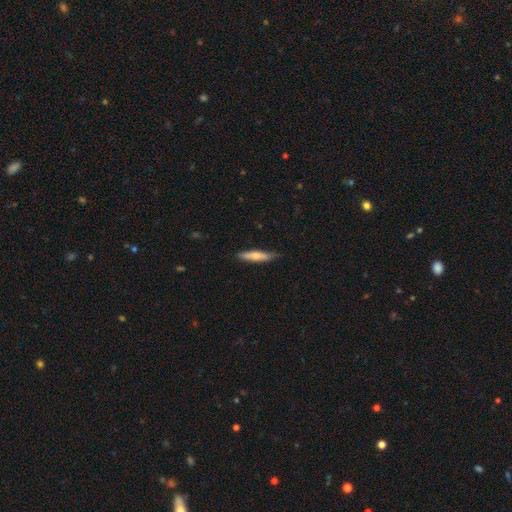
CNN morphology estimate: Q: Smooth or featured?
A: smooth (56%); runner-up: featured or disk (39%)
Q: How rounded?
A: cigar-shaped (86%); runner-up: in between (13%)
Q: Merging?
A: none (83%); runner-up: minor disturbance (14%)